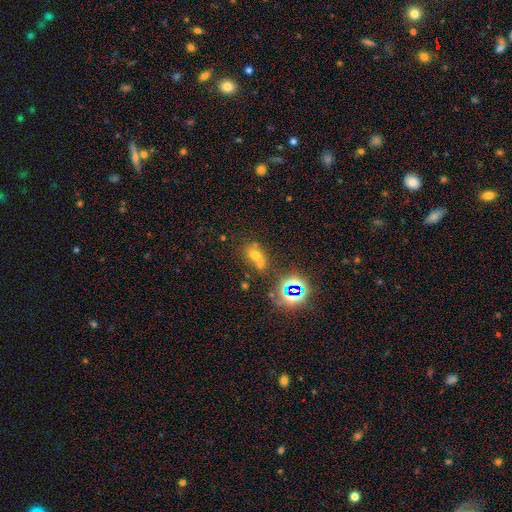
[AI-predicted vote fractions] A smooth galaxy with no disk features (49%). Merging: merger (44%).